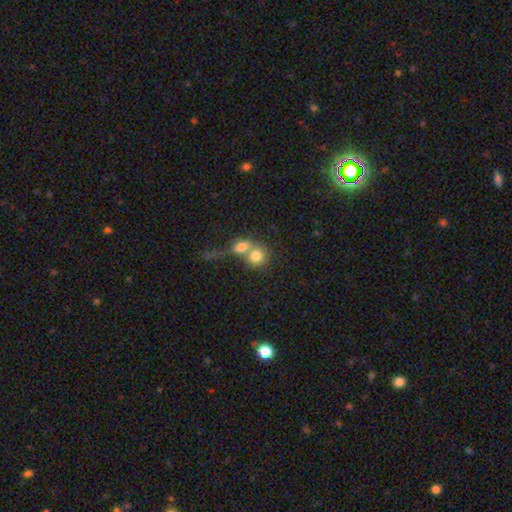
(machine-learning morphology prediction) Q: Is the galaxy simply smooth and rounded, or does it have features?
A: smooth — 76%.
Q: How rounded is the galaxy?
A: round — 75%.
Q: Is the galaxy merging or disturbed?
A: merger — 67%.